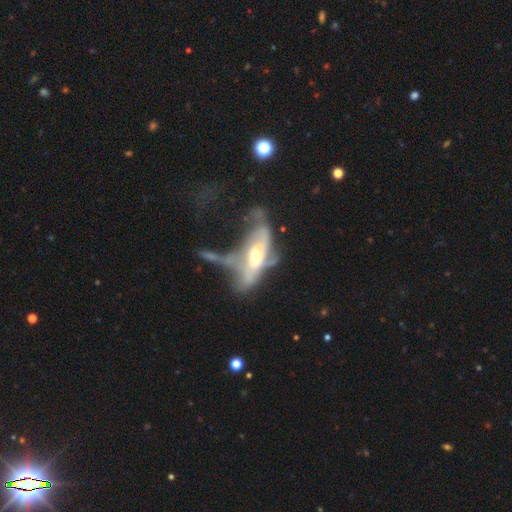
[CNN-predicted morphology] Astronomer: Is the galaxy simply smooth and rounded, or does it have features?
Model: featured or disk — 64%.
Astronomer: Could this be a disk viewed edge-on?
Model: no — 75%.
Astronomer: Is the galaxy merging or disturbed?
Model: major disturbance — 41% (runner-up: merger, 28%).